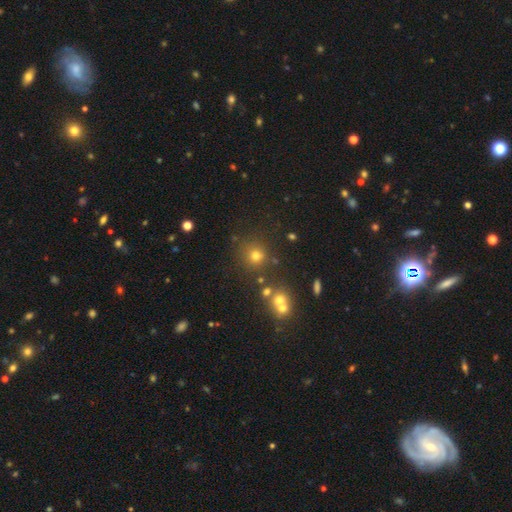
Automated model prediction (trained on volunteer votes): Smooth or featured? smooth (70%)
How rounded? round (91%)
Merging? none (77%)